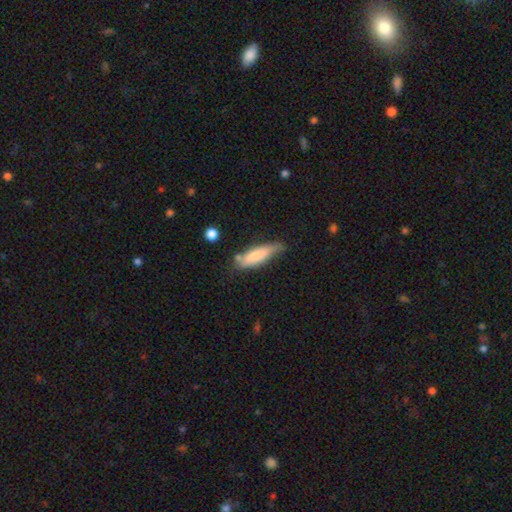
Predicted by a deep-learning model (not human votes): Morphology: type=smooth (76%); roundness=cigar-shaped (60%); merging=none (56%).